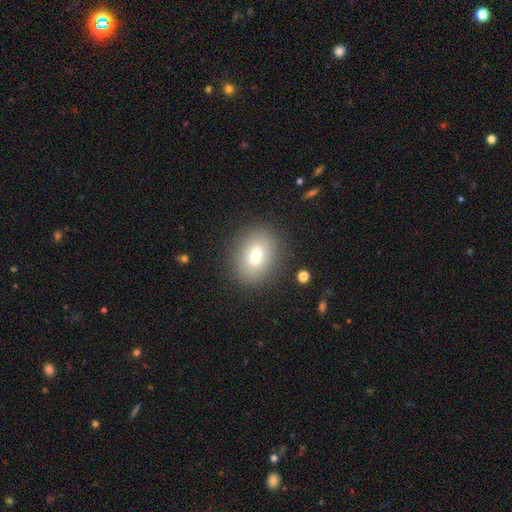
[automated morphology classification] A smooth galaxy with no disk features (76%) that is in between round and cigar-shaped (58%).

Vote fractions:
- Smooth or featured? smooth: 76% / featured or disk: 13% / star or artifact: 10%
- How rounded? in between: 58% / round: 41% / cigar-shaped: 1%
- Merging? none: 87% / minor disturbance: 9% / major disturbance: 3% / merger: 1%